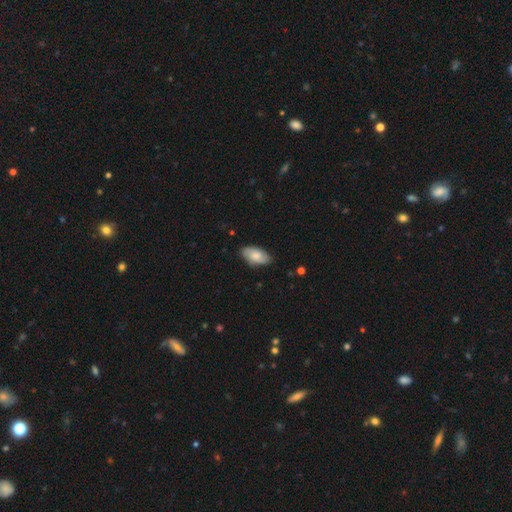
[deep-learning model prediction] This is likely a smooth galaxy (73%). How rounded: clearly in between (94%). Merging: clearly none (81%).